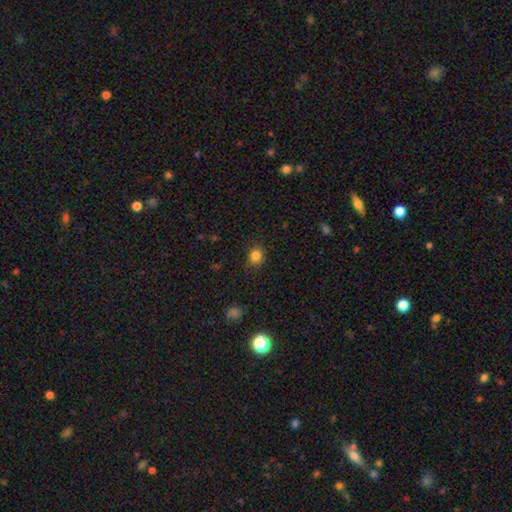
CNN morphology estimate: This appears to be a smooth galaxy with no disk features (84%) that is round (73%). Merging: none (83%).